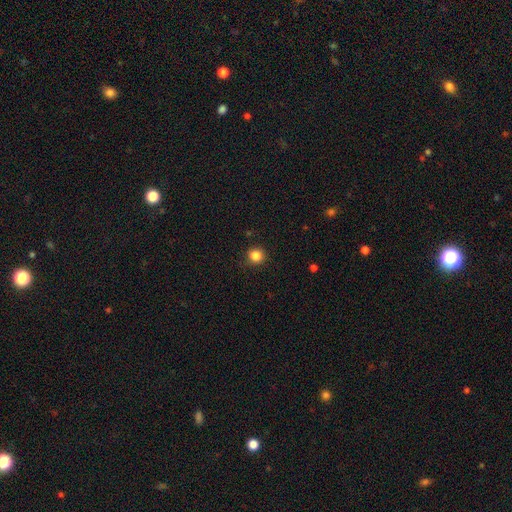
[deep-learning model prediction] The model was most divided on "smooth or featured": smooth: 85%, star or artifact: 11%, featured or disk: 3%. More confident: how rounded — round (91%); merging — none (89%).